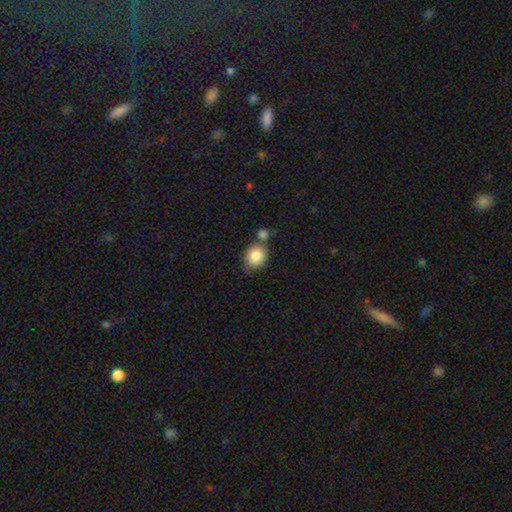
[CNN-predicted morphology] This is clearly a smooth galaxy (84%). How rounded: clearly round (80%). Merging: possibly none (58%).